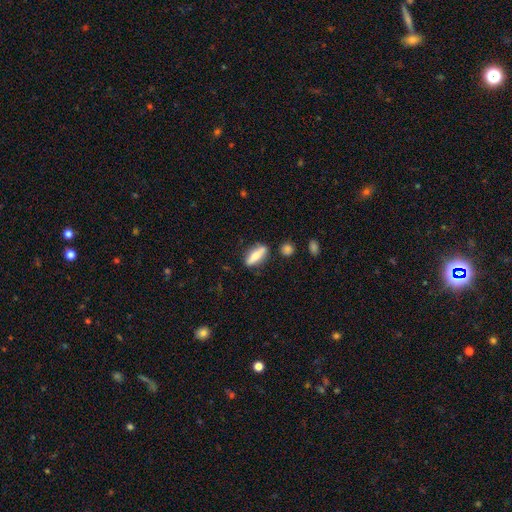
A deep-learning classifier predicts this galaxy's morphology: type=smooth (64%); roundness=cigar-shaped (53%); merging=none (81%).